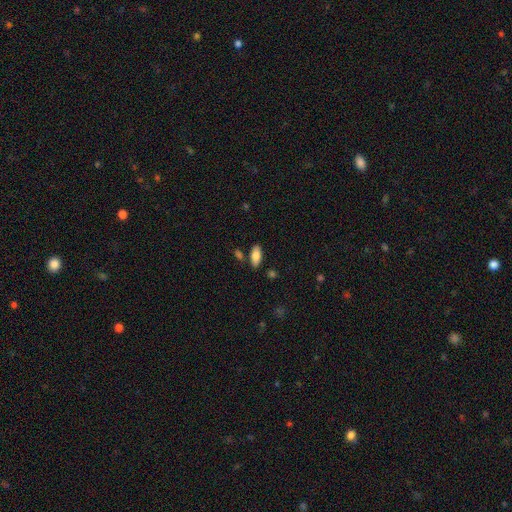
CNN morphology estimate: The model was most divided on "smooth or featured": smooth: 81%, featured or disk: 13%, star or artifact: 7%. More confident: how rounded — in between (86%); merging — none (83%).